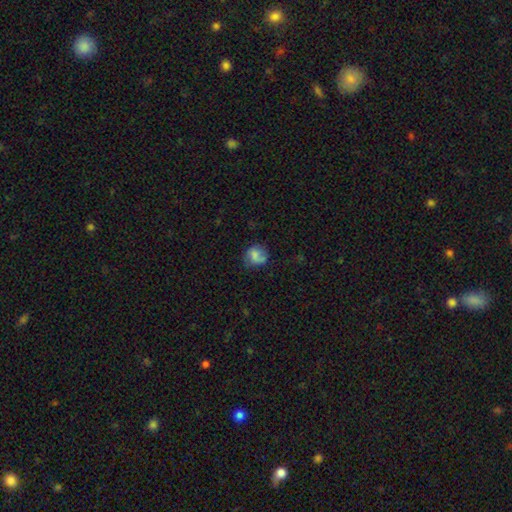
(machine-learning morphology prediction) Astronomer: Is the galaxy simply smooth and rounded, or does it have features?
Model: smooth — 68%.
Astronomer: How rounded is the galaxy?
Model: round — 75%.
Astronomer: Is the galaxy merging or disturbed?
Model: none — 55%.